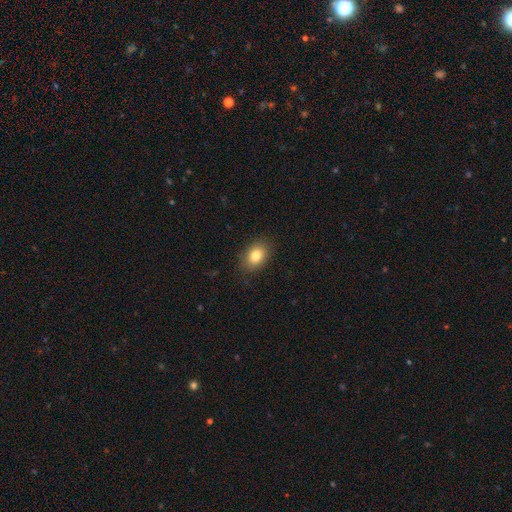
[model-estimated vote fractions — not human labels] smooth-or-featured: smooth: 83% | star or artifact: 9% | featured or disk: 8%
  how-rounded: in between: 77% | round: 21% | cigar-shaped: 1%
  merging: none: 87% | minor disturbance: 10% | major disturbance: 3% | merger: 1%